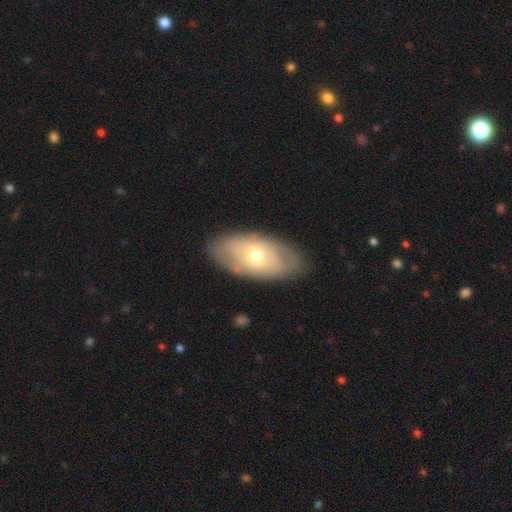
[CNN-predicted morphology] type=featured or disk (54%); edge-on=no (87%); merging=none (83%).